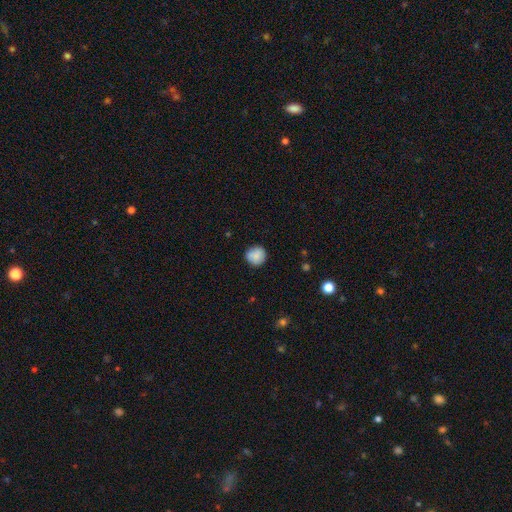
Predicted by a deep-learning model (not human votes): A smooth galaxy with no disk features (80%) that is round (91%).

Vote fractions:
- Smooth or featured? smooth: 80% / featured or disk: 12% / star or artifact: 8%
- How rounded? round: 91% / in between: 9% / cigar-shaped: 1%
- Merging? none: 78% / minor disturbance: 15% / merger: 4% / major disturbance: 3%